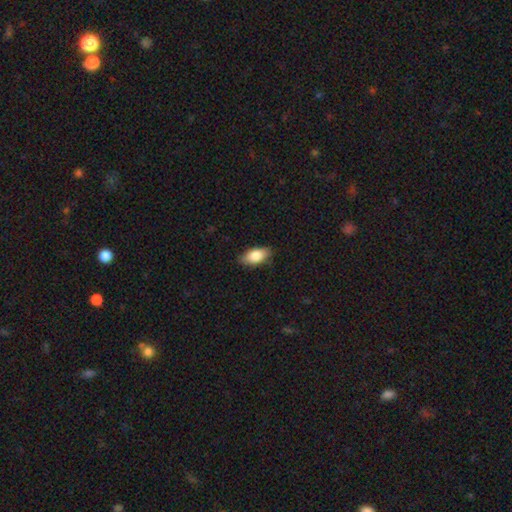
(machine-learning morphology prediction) A smooth galaxy with no disk features (82%) that is in between round and cigar-shaped (90%).

Vote fractions:
- Smooth or featured? smooth: 82% / featured or disk: 12% / star or artifact: 6%
- How rounded? in between: 90% / cigar-shaped: 7% / round: 4%
- Merging? none: 83% / minor disturbance: 13% / major disturbance: 2% / merger: 1%